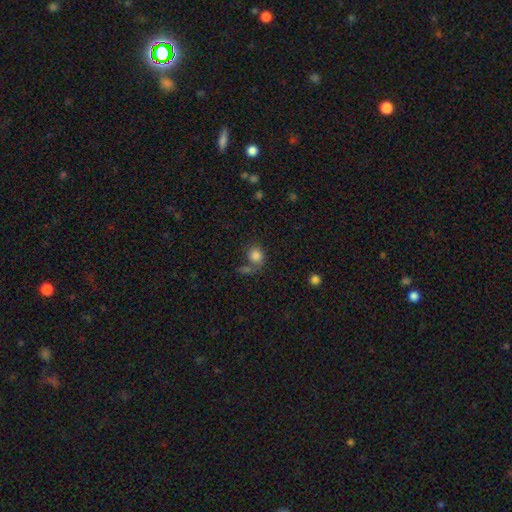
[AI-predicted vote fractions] Smooth or featured: smooth — 84% (star or artifact — 10%)
How rounded: round — 76% (in between — 23%)
Merging: none — 53% (merger — 27%)